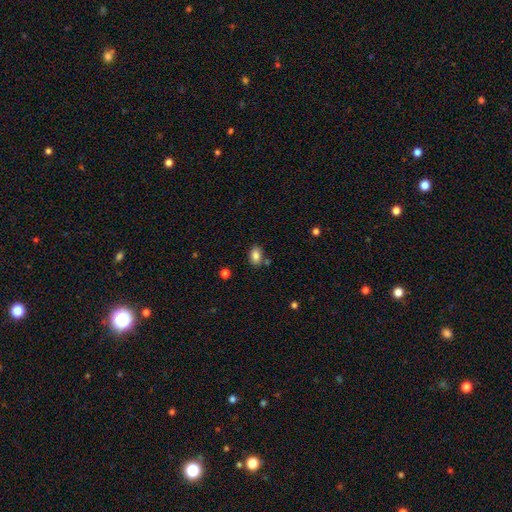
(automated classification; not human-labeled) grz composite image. It shows a smooth galaxy with no disk features (84%) that is in between round and cigar-shaped (85%). Merging: none (76%).